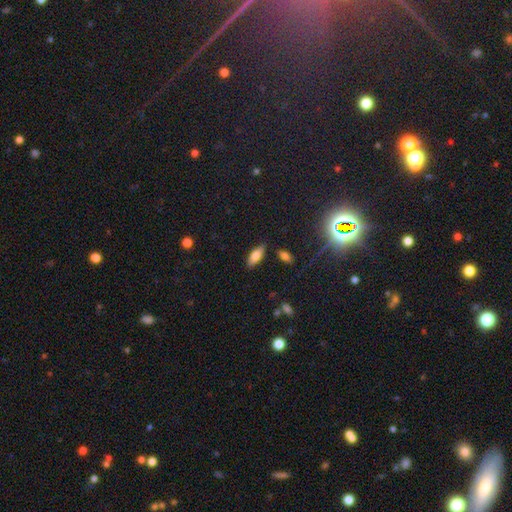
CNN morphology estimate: Smooth or featured? smooth (71%)
How rounded? in between (75%)
Merging? none (83%)